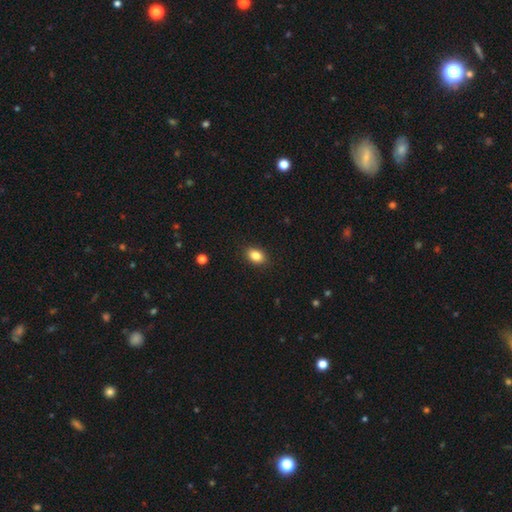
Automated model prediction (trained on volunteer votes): This appears to be a smooth galaxy with no disk features (85%) that is in between round and cigar-shaped (80%). Merging: none (89%).